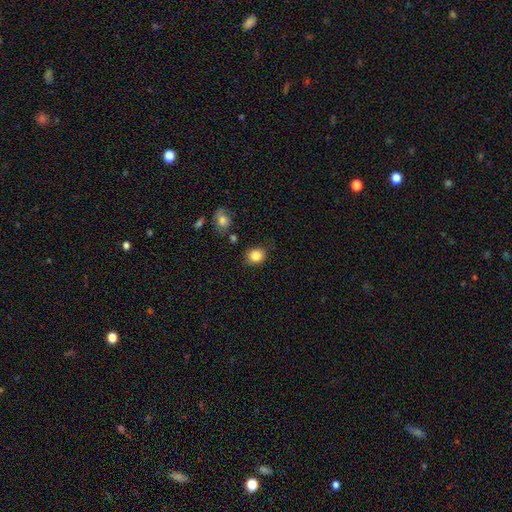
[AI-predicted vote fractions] Smooth or featured: smooth — 84% (star or artifact — 10%)
How rounded: round — 66% (in between — 33%)
Merging: none — 81% (minor disturbance — 13%)